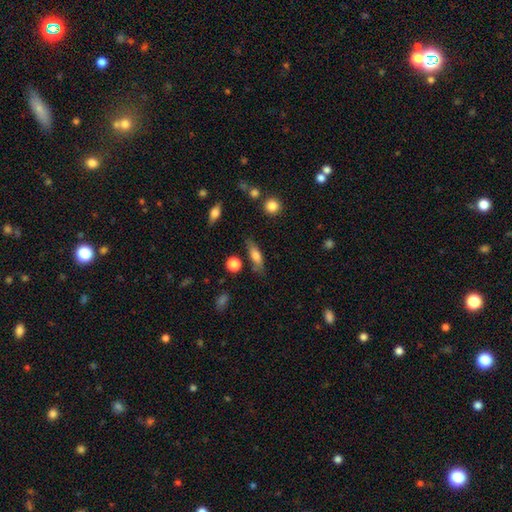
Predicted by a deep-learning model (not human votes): Smooth or featured?
  - smooth: 69% *
  - featured or disk: 23%
  - star or artifact: 8%
How rounded?
  - in between: 49% *
  - cigar-shaped: 46%
  - round: 4%
Merging?
  - none: 72% *
  - minor disturbance: 18%
  - merger: 5%
  - major disturbance: 5%